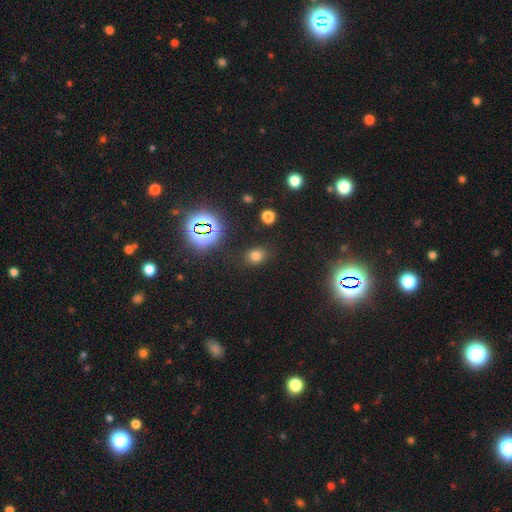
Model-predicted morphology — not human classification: Smooth or featured? Predicted: smooth (p=0.70). How rounded? Predicted: in between (p=0.52). Merging? Predicted: none (p=0.83).